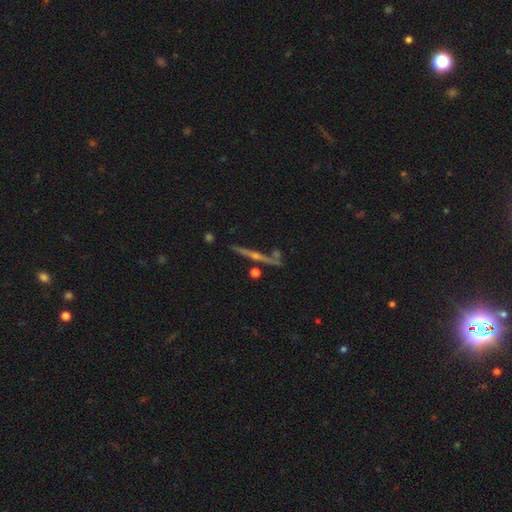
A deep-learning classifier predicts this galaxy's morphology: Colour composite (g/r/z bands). It shows a featured or disk galaxy (77%) viewed edge-on (96%) with a rounded central bulge (77%). Merging: none (77%).